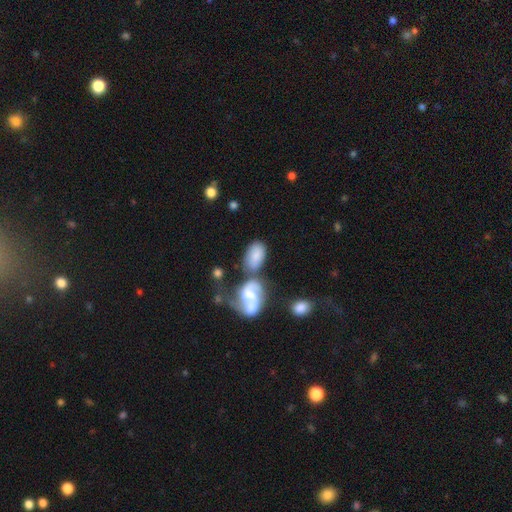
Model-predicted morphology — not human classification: This is likely a smooth galaxy (69%). How rounded: clearly in between (91%). Merging: marginally none (37%).